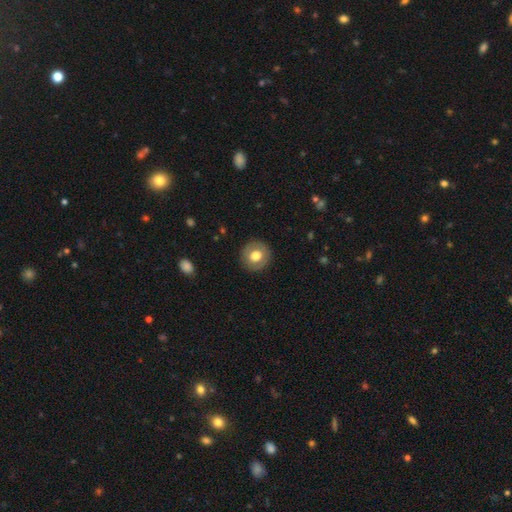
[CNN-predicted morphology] Smooth or featured? smooth (67%)
How rounded? round (90%)
Merging? none (89%)